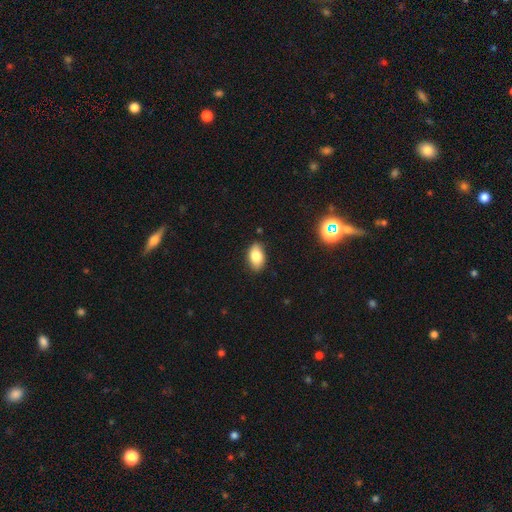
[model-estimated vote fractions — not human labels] smooth_or_featured: smooth (p=0.82) [alt: featured or disk p=0.10]
how_rounded: in between (p=0.91) [alt: round p=0.08]
merging: none (p=0.83) [alt: minor disturbance p=0.13]